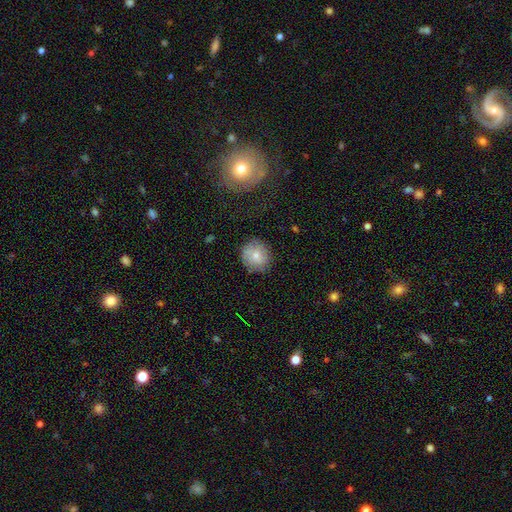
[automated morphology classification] Overall: smooth (66%). How rounded: round (88%). Merging: none (80%).